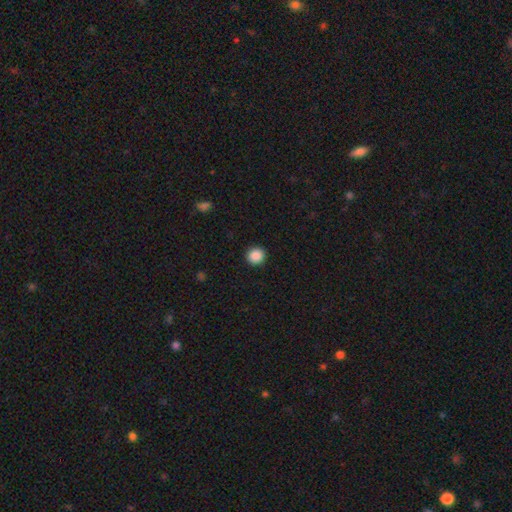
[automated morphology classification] A smooth galaxy with no disk features (88%) that is round (93%).

Vote fractions:
- Smooth or featured? smooth: 88% / star or artifact: 9% / featured or disk: 3%
- How rounded? round: 93% / in between: 6% / cigar-shaped: 1%
- Merging? none: 93% / minor disturbance: 5% / major disturbance: 2% / merger: 1%